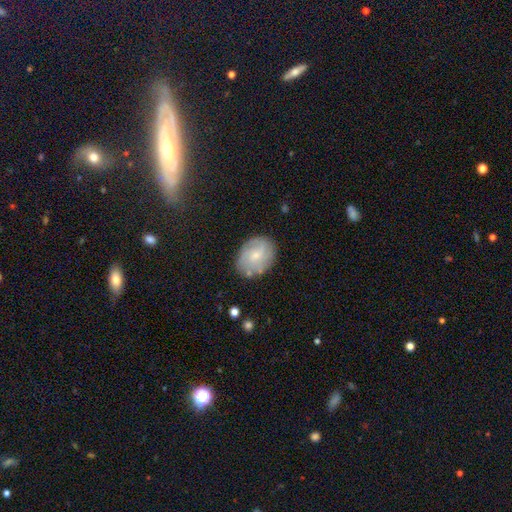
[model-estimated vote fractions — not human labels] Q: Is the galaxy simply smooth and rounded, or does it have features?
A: featured or disk — 48%.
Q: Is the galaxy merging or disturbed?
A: none — 76%.